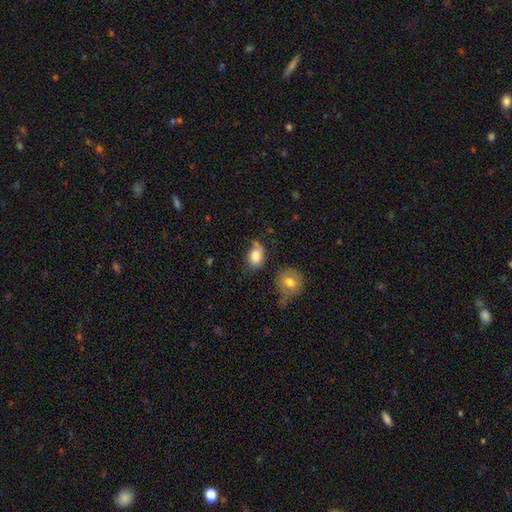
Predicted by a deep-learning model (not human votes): Smooth or featured? Predicted: smooth (p=0.80). How rounded? Predicted: in between (p=0.74). Merging? Predicted: none (p=0.44).